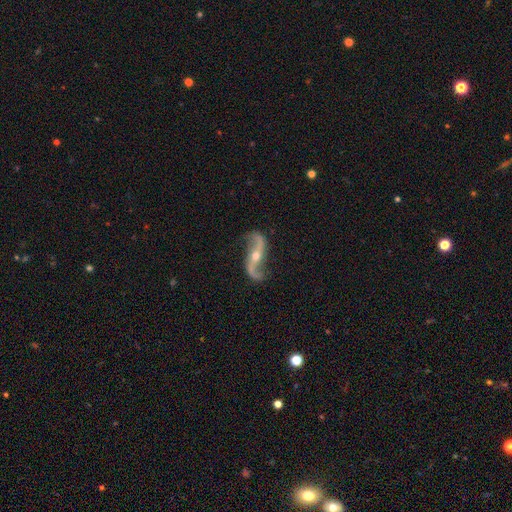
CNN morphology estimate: featured or disk 92%, star or artifact 4%, smooth 4%. Down the decision tree: edge-on disk — no (94%); bar — no (46%); spiral arms — yes (97%); spiral arm count — 2 (95%); spiral winding — loose (89%); bulge size — moderate (50%); merging — none (83%).